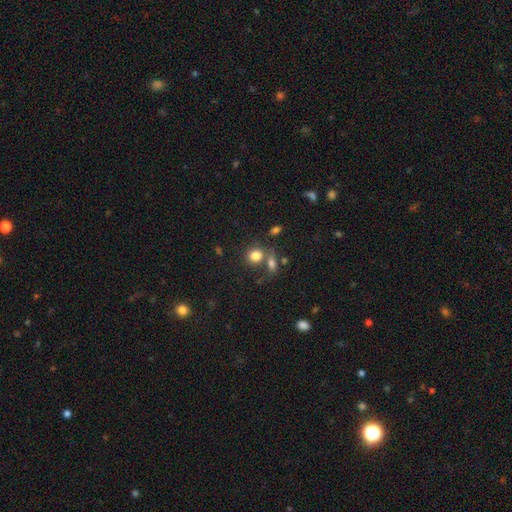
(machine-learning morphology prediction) The model was most divided on "merging": none: 54%, merger: 30%, minor disturbance: 12%, major disturbance: 5%. More confident: smooth or featured — smooth (80%); how rounded — round (65%).